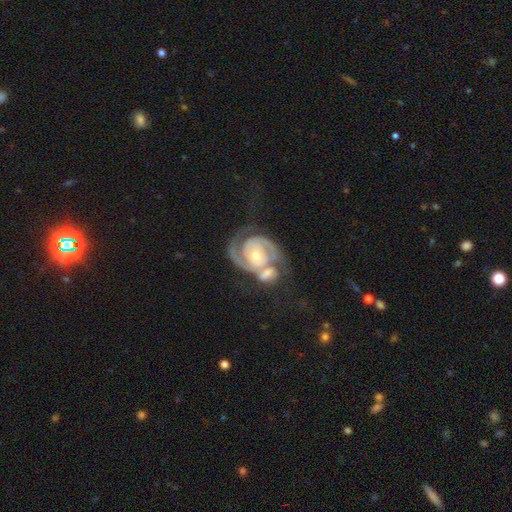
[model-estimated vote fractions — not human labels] Smooth or featured: featured or disk — 91% (smooth — 5%)
Edge-on disk: no — 98% (yes — 2%)
Bar: no — 69% (weak — 22%)
Spiral arms: yes — 98% (no — 2%)
Spiral winding: tight — 62% (medium — 31%)
Spiral arm count: 2 — 83% (3 — 5%)
Bulge size: moderate — 61% (small — 34%)
Merging: none — 38% (merger — 35%)